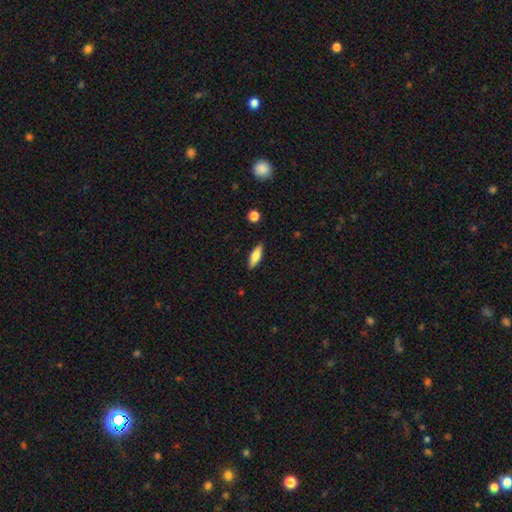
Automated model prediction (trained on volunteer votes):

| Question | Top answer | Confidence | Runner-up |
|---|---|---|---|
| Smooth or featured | smooth | 68% | featured or disk (25%) |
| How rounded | in between | 57% | cigar-shaped (41%) |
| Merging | none | 87% | minor disturbance (10%) |